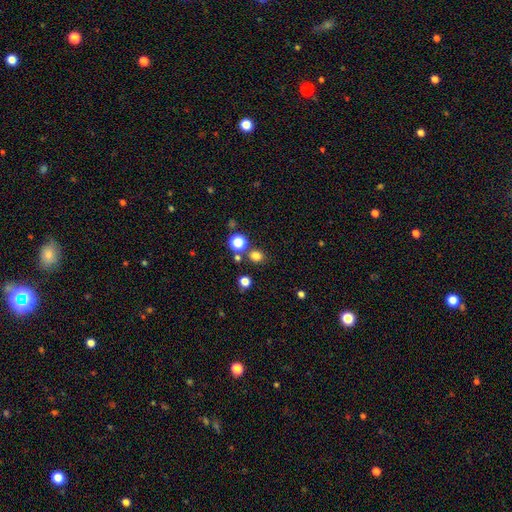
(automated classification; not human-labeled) This is likely a smooth galaxy (77%). How rounded: likely round (77%). Merging: likely none (79%).